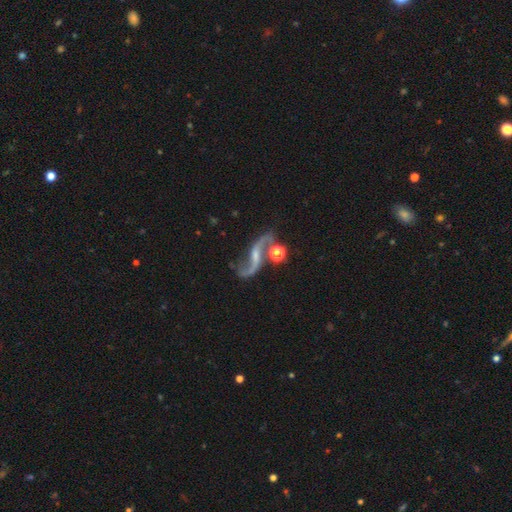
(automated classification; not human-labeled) This is clearly a featured or disk galaxy (89%). It is clearly not viewed edge-on (95%). Bar: marginally weak (41%). Spiral arm pattern: clearly yes (96%). Spiral arm count: clearly 2 (93%). Spiral winding: clearly loose (82%). Central bulge: possibly small (54%). Merging: likely none (62%).